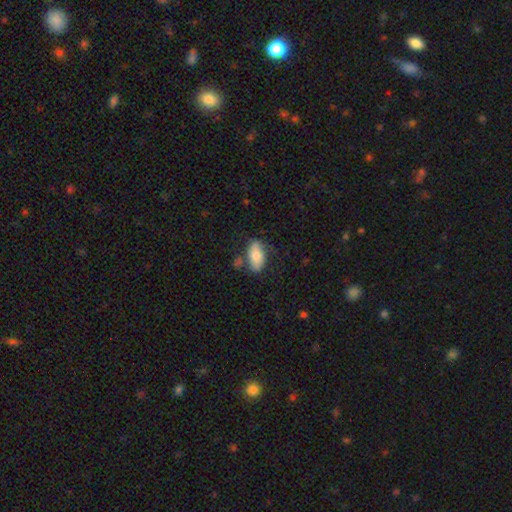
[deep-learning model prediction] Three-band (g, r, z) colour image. It shows a smooth galaxy with no disk features (64%) that is in between round and cigar-shaped (88%). Merging: none (59%).